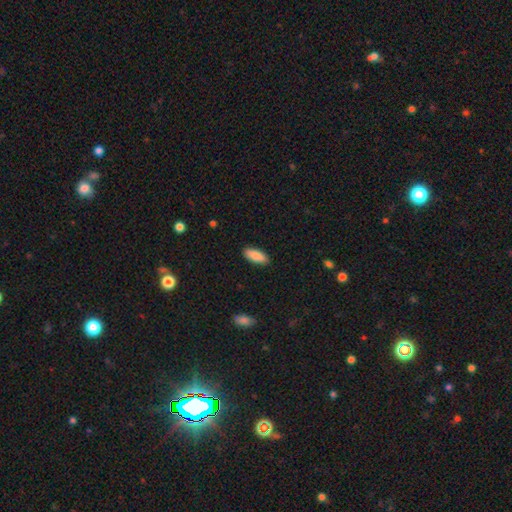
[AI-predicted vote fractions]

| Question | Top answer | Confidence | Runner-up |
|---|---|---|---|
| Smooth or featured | smooth | 88% | featured or disk (6%) |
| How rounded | in between | 79% | cigar-shaped (20%) |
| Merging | none | 89% | minor disturbance (8%) |